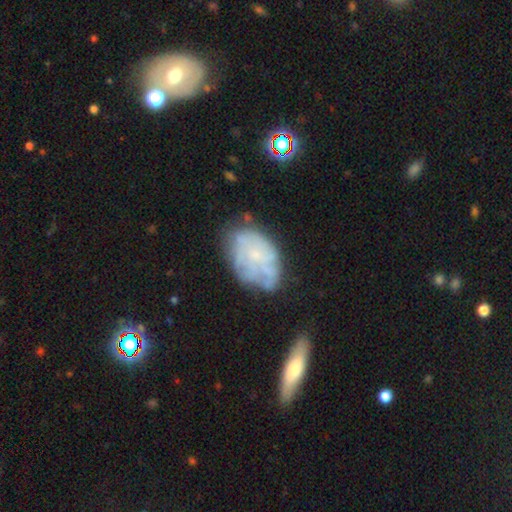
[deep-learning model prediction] Smooth or featured? Predicted: featured or disk (p=0.56). Edge-on disk? Predicted: no (p=0.97). Bar? Predicted: no (p=0.86). Spiral arms? Predicted: no (p=0.65). Bulge size? Predicted: small (p=0.52). Merging? Predicted: none (p=0.50).